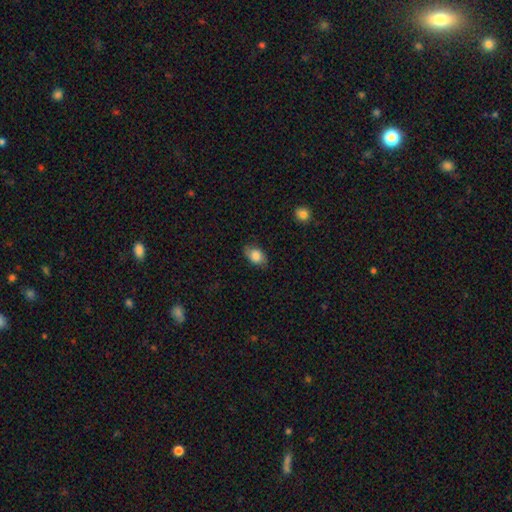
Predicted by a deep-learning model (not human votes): Q: Smooth or featured?
A: smooth (82%); runner-up: featured or disk (11%)
Q: How rounded?
A: in between (86%); runner-up: round (12%)
Q: Merging?
A: none (79%); runner-up: minor disturbance (16%)